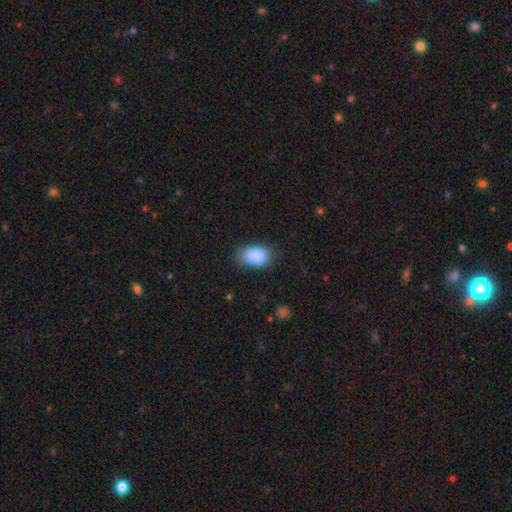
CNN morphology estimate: A smooth galaxy with no disk features (89%) that is in between round and cigar-shaped (88%). Merging: none (80%).